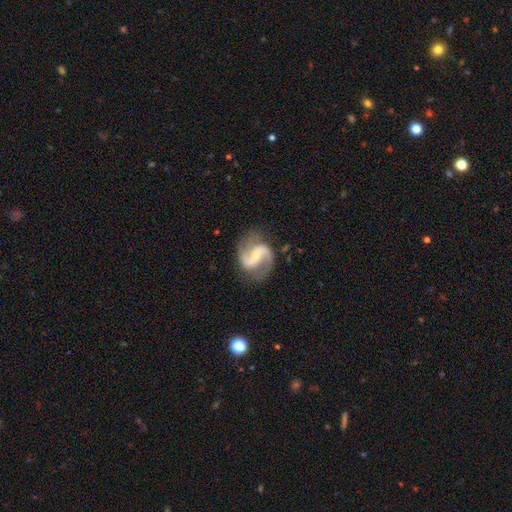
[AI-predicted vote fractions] This is clearly a featured or disk galaxy (91%). It is clearly not viewed edge-on (98%). Bar: marginally weak (40%). Spiral arm pattern: clearly yes (98%). Spiral arm count: clearly 2 (94%). Spiral winding: possibly medium (48%). Central bulge: likely small (61%). Merging: clearly none (80%).